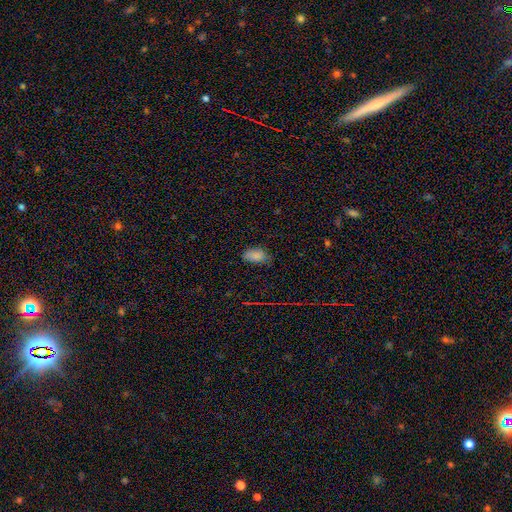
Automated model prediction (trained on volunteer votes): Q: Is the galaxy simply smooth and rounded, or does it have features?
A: smooth — 81%.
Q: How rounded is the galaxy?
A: in between — 92%.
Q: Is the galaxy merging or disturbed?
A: none — 68%.